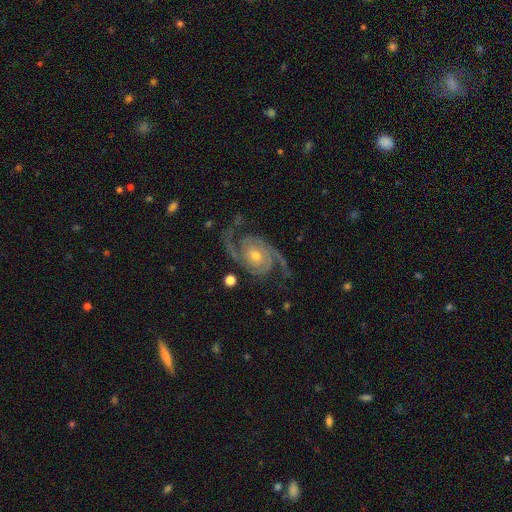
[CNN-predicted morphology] Smooth or featured? featured or disk (93%)
Edge-on disk? no (98%)
Bar? no (67%)
Spiral arms? yes (98%)
Spiral winding? medium (53%)
Spiral arm count? 2 (91%)
Bulge size? moderate (48%)
Merging? none (76%)